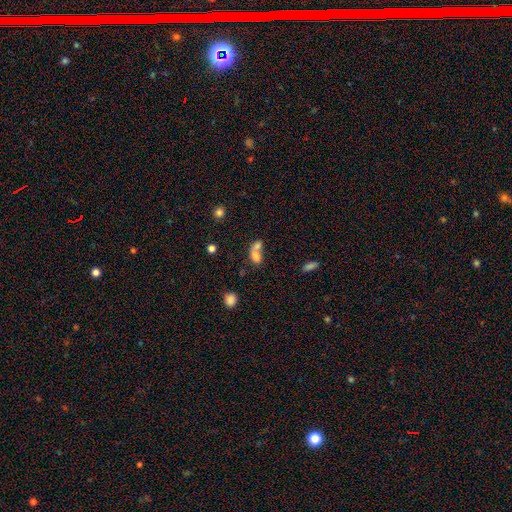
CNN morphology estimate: Smooth or featured: smooth — 73% (featured or disk — 16%)
How rounded: in between — 69% (round — 28%)
Merging: merger — 70% (none — 19%)